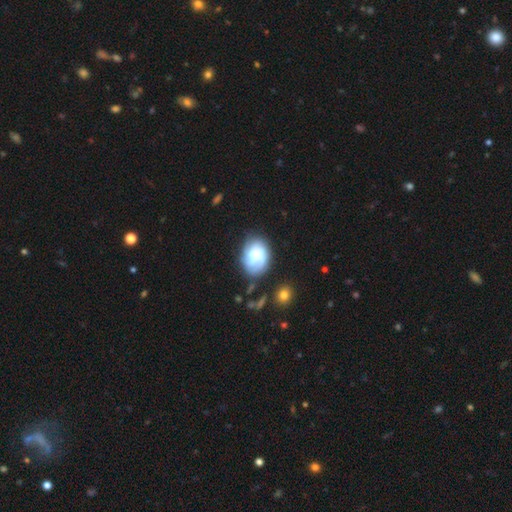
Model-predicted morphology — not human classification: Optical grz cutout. It shows a featured or disk galaxy (46%). Merging: none (55%).